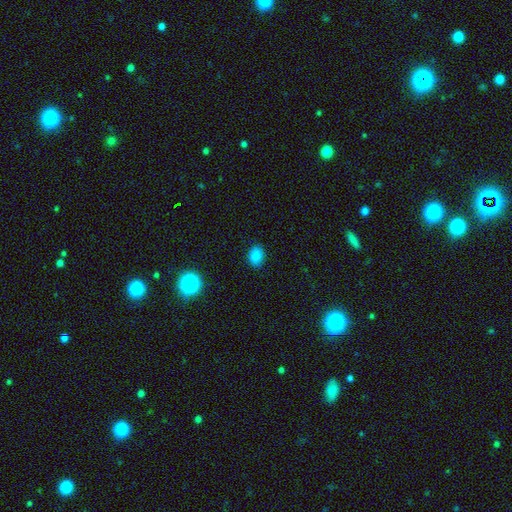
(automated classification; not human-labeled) smooth_or_featured: smooth (p=0.83) [alt: star or artifact p=0.12]
how_rounded: in between (p=0.71) [alt: round p=0.28]
merging: none (p=0.88) [alt: minor disturbance p=0.09]